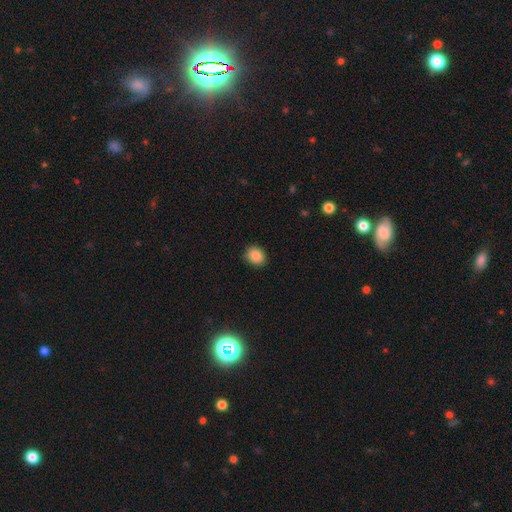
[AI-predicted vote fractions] A smooth galaxy with no disk features (86%) that is round (62%). Merging: none (84%).